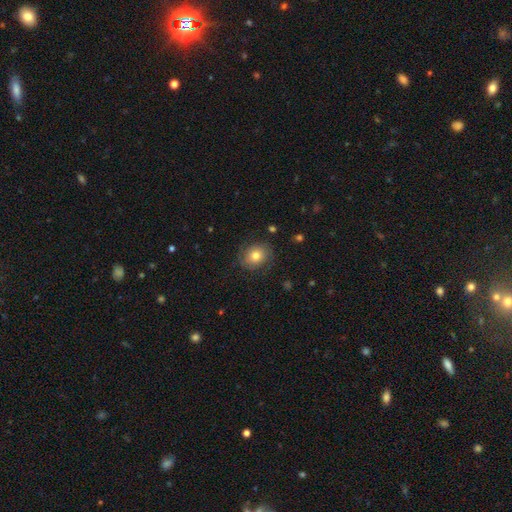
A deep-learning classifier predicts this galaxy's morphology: Smooth or featured: smooth — 64% (featured or disk — 26%)
How rounded: round — 69% (in between — 30%)
Merging: none — 77% (minor disturbance — 15%)